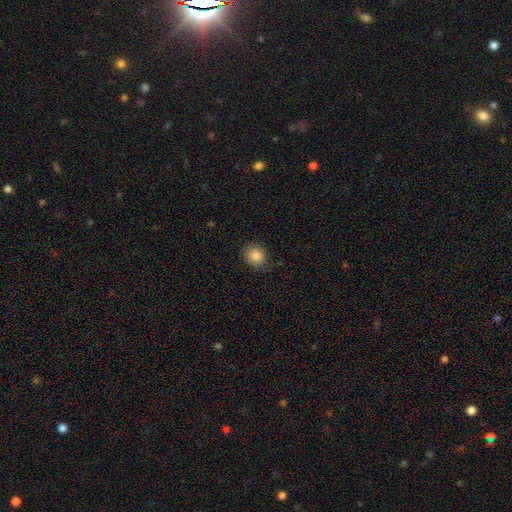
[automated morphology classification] Q: Smooth or featured?
A: smooth (85%); runner-up: star or artifact (9%)
Q: How rounded?
A: round (71%); runner-up: in between (28%)
Q: Merging?
A: none (79%); runner-up: minor disturbance (16%)